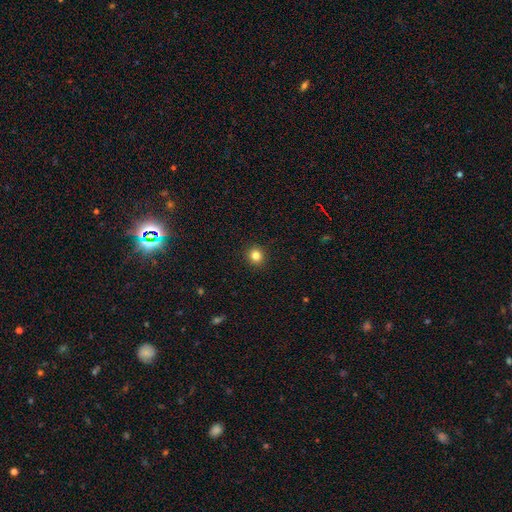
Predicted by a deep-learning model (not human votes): Smooth or featured? Predicted: smooth (p=0.82). How rounded? Predicted: round (p=0.91). Merging? Predicted: none (p=0.93).